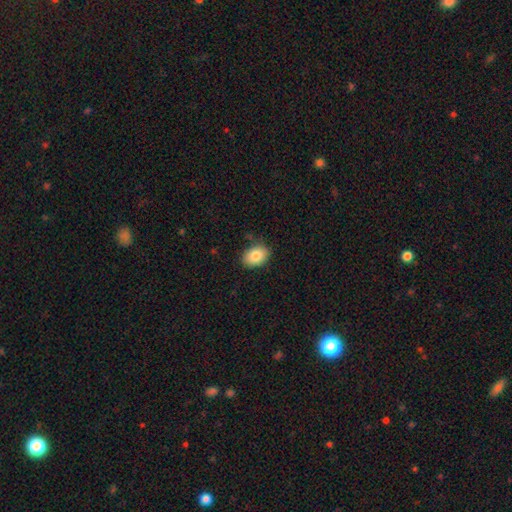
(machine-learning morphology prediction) A smooth galaxy with no disk features (85%) that is in between round and cigar-shaped (81%).

Vote fractions:
- Smooth or featured? smooth: 85% / featured or disk: 8% / star or artifact: 7%
- How rounded? in between: 81% / round: 18% / cigar-shaped: 1%
- Merging? none: 82% / minor disturbance: 14% / major disturbance: 3% / merger: 2%